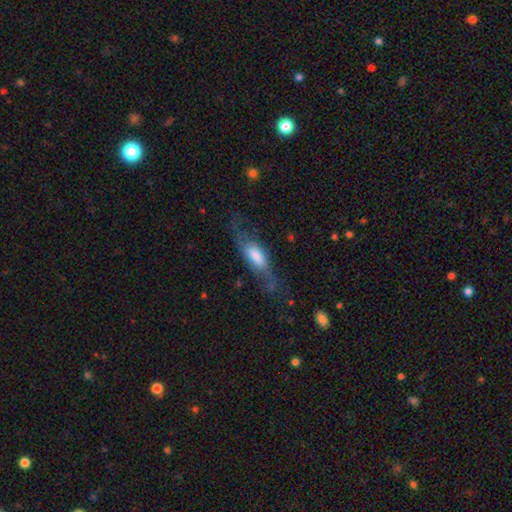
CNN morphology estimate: Smooth or featured?
  - featured or disk: 55% *
  - smooth: 38%
  - star or artifact: 7%
Edge-on disk?
  - no: 62% *
  - yes: 38%
Merging?
  - none: 55% *
  - minor disturbance: 23%
  - major disturbance: 19%
  - merger: 2%